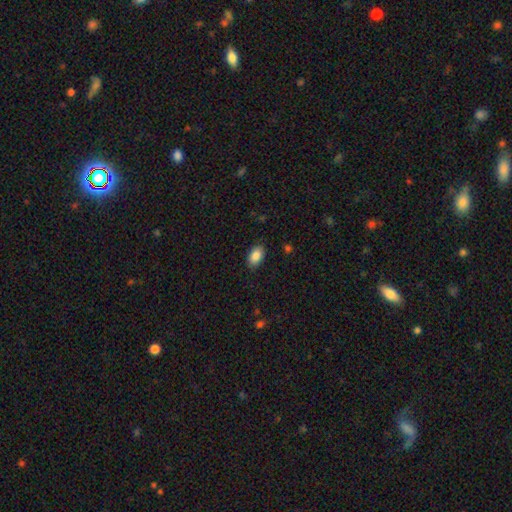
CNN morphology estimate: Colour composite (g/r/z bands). It shows a smooth galaxy with no disk features (88%) that is in between round and cigar-shaped (92%). Merging: none (87%).